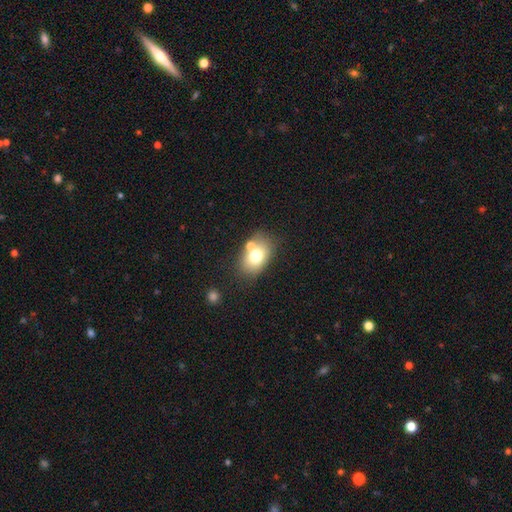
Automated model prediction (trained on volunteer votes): Overall: smooth (71%). How rounded: in between (76%). Merging: none (60%; merger 21%).